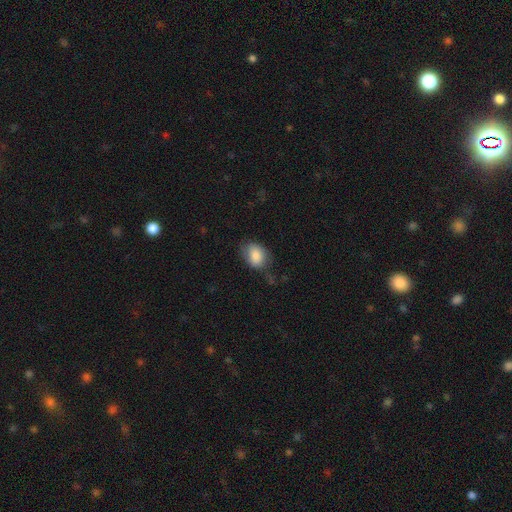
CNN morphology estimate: Smooth or featured? smooth (82%)
How rounded? in between (70%)
Merging? none (55%)